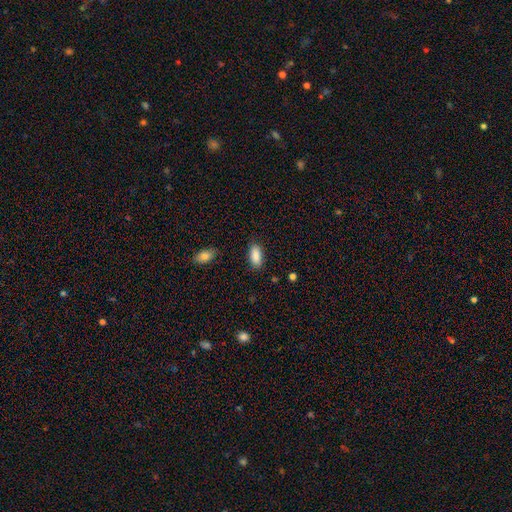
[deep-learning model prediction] smooth-or-featured: smooth: 89% | star or artifact: 7% | featured or disk: 5%
  how-rounded: in between: 90% | cigar-shaped: 8% | round: 2%
  merging: none: 85% | minor disturbance: 11% | major disturbance: 2% | merger: 2%